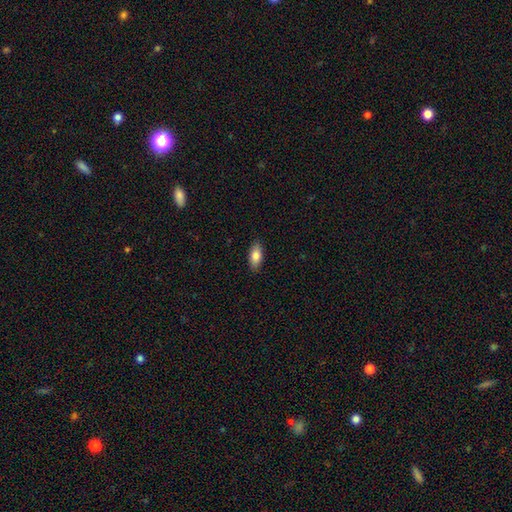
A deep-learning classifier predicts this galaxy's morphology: Q: Smooth or featured?
A: smooth (82%); runner-up: featured or disk (12%)
Q: How rounded?
A: in between (87%); runner-up: cigar-shaped (10%)
Q: Merging?
A: none (88%); runner-up: minor disturbance (9%)